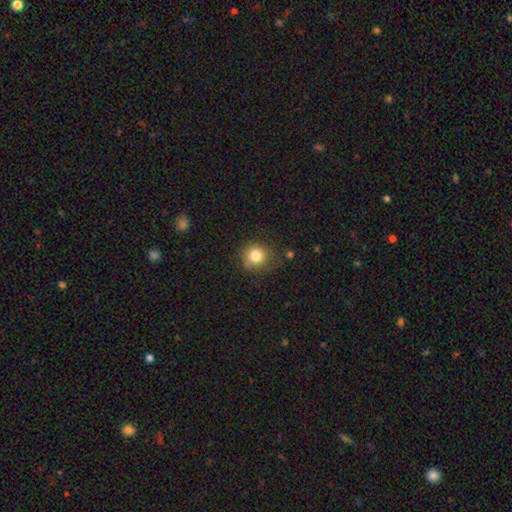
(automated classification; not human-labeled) Smooth or featured? smooth (82%)
How rounded? round (91%)
Merging? none (75%)